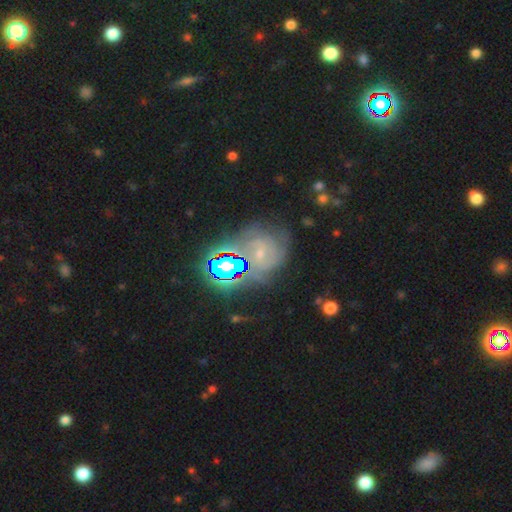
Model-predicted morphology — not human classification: type=star or artifact (53%).